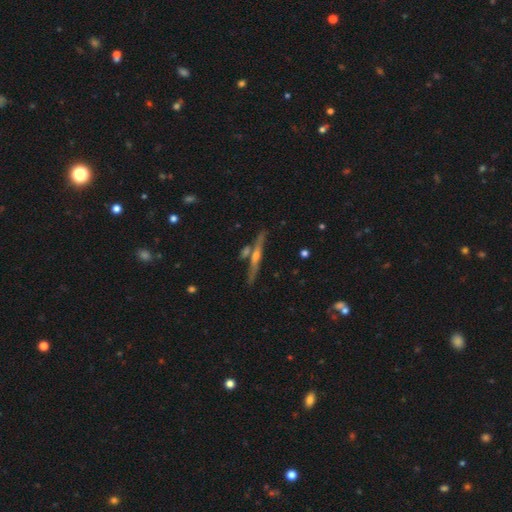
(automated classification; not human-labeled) A featured or disk galaxy (70%) viewed edge-on (96%) with a rounded central bulge (73%). Merging: none (77%).